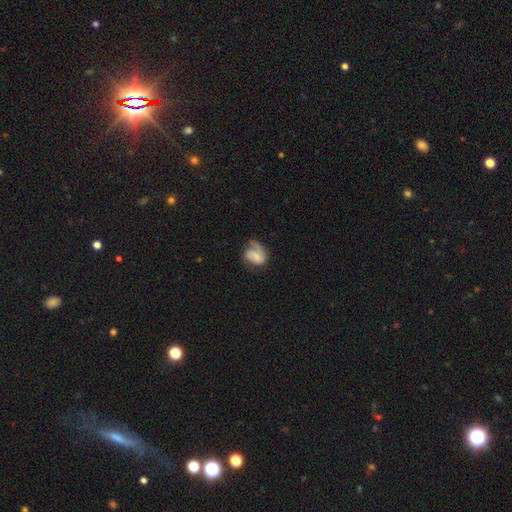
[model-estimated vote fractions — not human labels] Morphology: type=featured or disk (58%); edge-on=no (98%); bar=no (48%); spiral arms=yes (83%); bulge=small (41%); merging=none (39%).